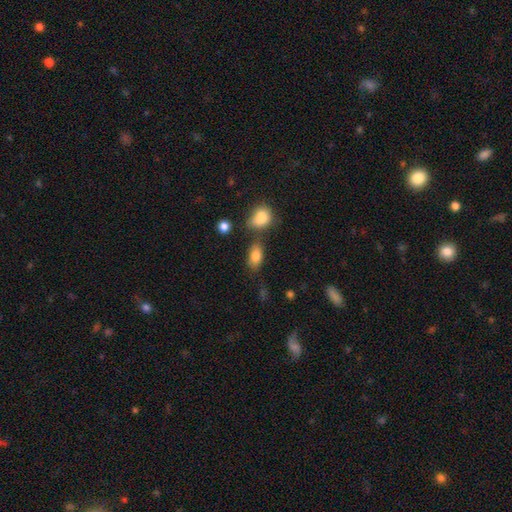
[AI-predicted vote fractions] Morphology: type=smooth (83%); roundness=in between (87%); merging=none (63%).